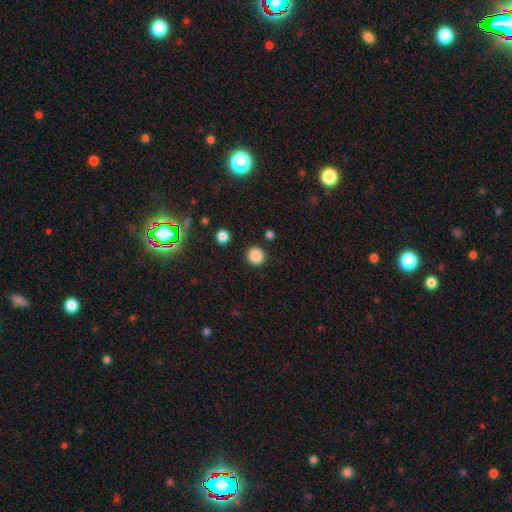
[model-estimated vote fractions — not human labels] Morphology: type=smooth (86%); roundness=round (91%); merging=none (90%).